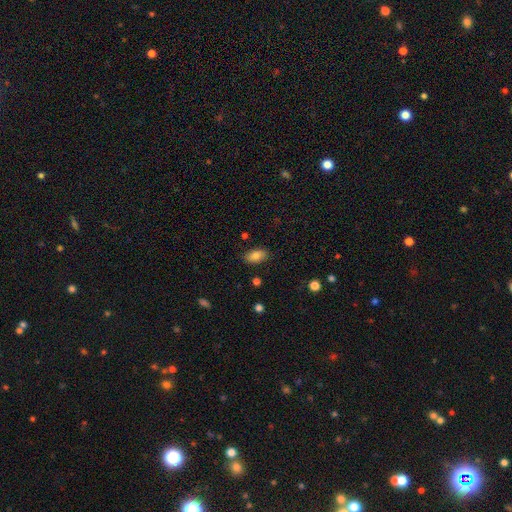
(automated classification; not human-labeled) Smooth or featured?
  - smooth: 80% *
  - featured or disk: 11%
  - star or artifact: 9%
How rounded?
  - in between: 92% *
  - round: 5%
  - cigar-shaped: 3%
Merging?
  - none: 85% *
  - minor disturbance: 11%
  - major disturbance: 2%
  - merger: 2%